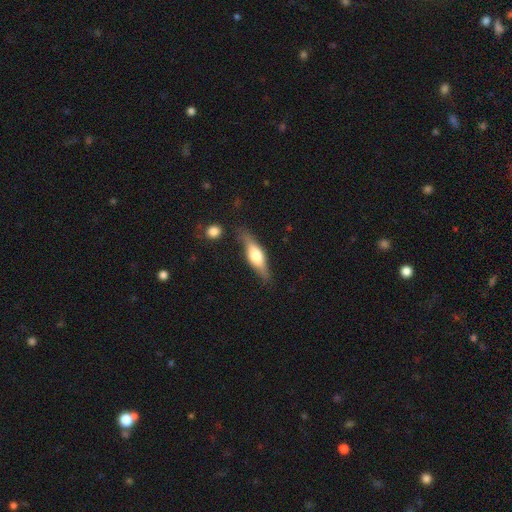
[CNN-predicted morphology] Smooth or featured? featured or disk (54%)
Edge-on disk? yes (89%)
Merging? none (74%)